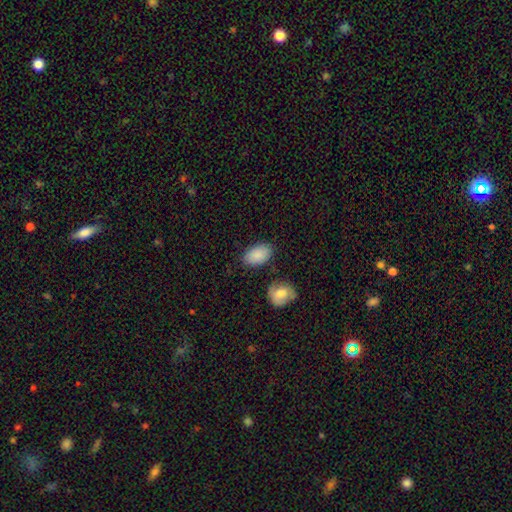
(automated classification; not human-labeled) Smooth or featured?
  - smooth: 88% *
  - star or artifact: 6%
  - featured or disk: 6%
How rounded?
  - in between: 91% *
  - round: 7%
  - cigar-shaped: 1%
Merging?
  - none: 78% *
  - minor disturbance: 14%
  - merger: 4%
  - major disturbance: 3%